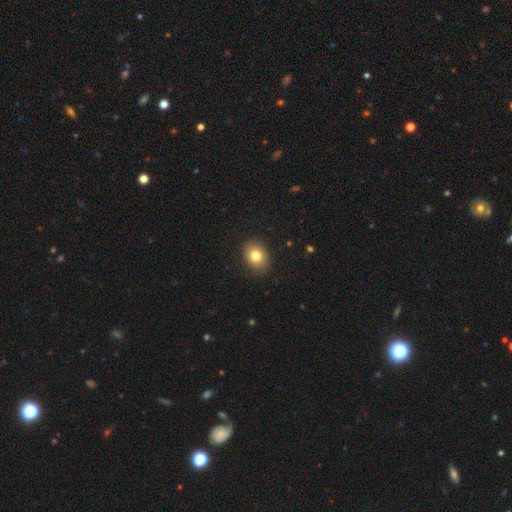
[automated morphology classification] This is clearly a smooth galaxy (82%). How rounded: possibly round (51%). Merging: clearly none (89%).